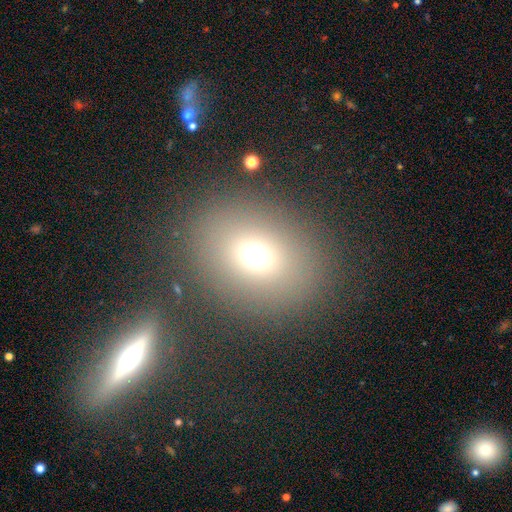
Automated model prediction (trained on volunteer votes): A smooth galaxy with no disk features (69%) that is round (51%).

Vote fractions:
- Smooth or featured? smooth: 69% / star or artifact: 18% / featured or disk: 13%
- How rounded? round: 51% / in between: 48% / cigar-shaped: 1%
- Merging? none: 79% / minor disturbance: 9% / merger: 7% / major disturbance: 5%